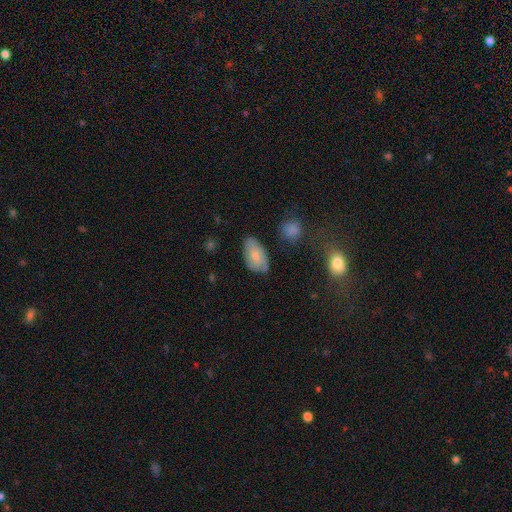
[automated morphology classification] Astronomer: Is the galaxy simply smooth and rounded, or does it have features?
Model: smooth — 62%.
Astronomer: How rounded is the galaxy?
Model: in between — 92%.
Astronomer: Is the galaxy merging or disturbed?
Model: none — 62%.